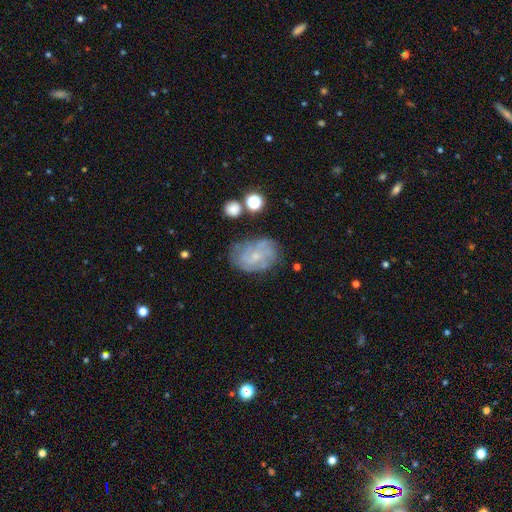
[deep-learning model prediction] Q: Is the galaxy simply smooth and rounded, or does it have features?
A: featured or disk — 71%.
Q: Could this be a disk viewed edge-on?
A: no — 97%.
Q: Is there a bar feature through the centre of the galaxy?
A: no — 71%.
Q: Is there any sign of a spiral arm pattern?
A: yes — 86%.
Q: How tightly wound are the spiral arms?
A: tight — 53%.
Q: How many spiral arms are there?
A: can't tell — 46%.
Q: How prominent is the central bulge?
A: small — 74%.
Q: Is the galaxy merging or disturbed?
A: none — 66%.